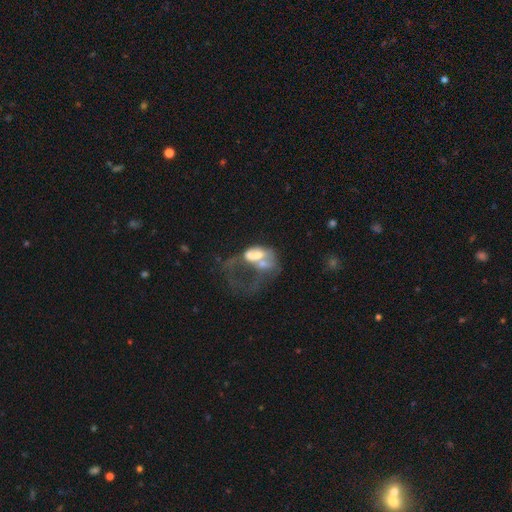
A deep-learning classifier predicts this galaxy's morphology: The model was most divided on "merging": merger: 49%, major disturbance: 38%, none: 8%, minor disturbance: 6%. Remaining: edge-on disk — no (96%); spiral arms — no (78%); bar — no (75%); smooth or featured — featured or disk (55%); bulge size — moderate (45%).